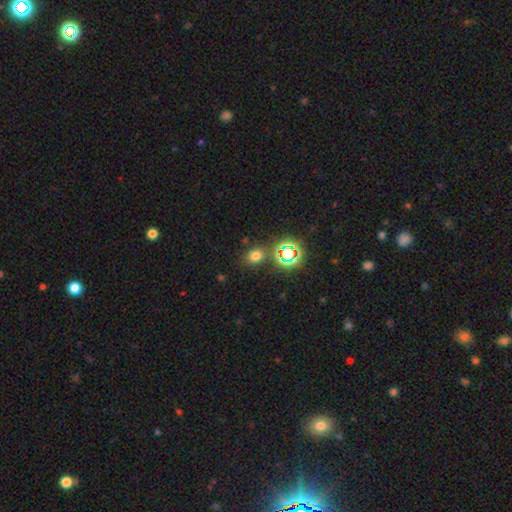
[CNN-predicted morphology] smooth-or-featured: smooth: 65% | star or artifact: 28% | featured or disk: 7%
  how-rounded: round: 56% | in between: 43% | cigar-shaped: 1%
  merging: none: 79% | minor disturbance: 10% | merger: 7% | major disturbance: 4%